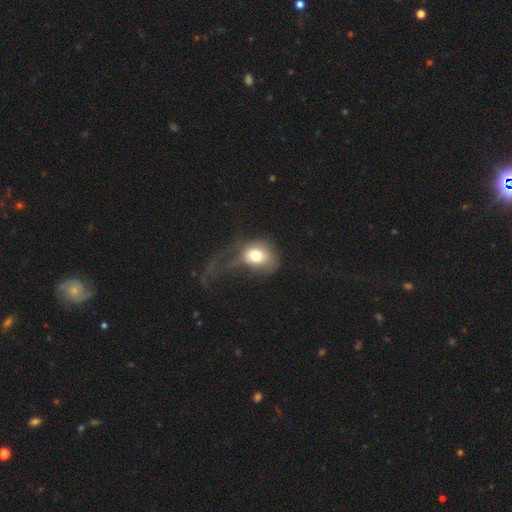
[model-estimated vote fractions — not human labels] Smooth or featured? Predicted: smooth (p=0.72). How rounded? Predicted: round (p=0.61). Merging? Predicted: major disturbance (p=0.55).